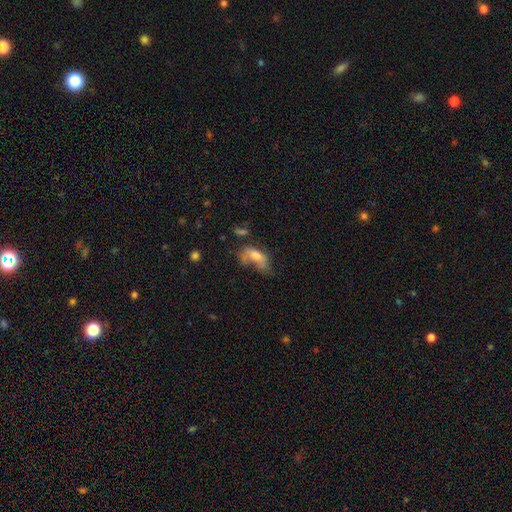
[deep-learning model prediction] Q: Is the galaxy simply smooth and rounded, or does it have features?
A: smooth — 58%.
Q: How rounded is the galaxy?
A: in between — 84%.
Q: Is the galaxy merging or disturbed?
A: major disturbance — 43%.